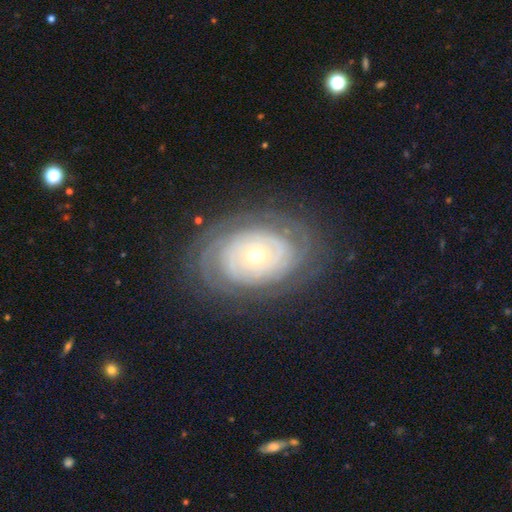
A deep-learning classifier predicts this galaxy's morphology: Q: Smooth or featured?
A: featured or disk (82%); runner-up: smooth (12%)
Q: Edge-on disk?
A: no (95%); runner-up: yes (5%)
Q: Bar?
A: no (84%); runner-up: weak (11%)
Q: Spiral arms?
A: yes (88%); runner-up: no (12%)
Q: Spiral winding?
A: tight (84%); runner-up: medium (12%)
Q: Spiral arm count?
A: can't tell (46%); runner-up: 2 (14%)
Q: Bulge size?
A: small (60%); runner-up: moderate (36%)
Q: Merging?
A: none (79%); runner-up: minor disturbance (14%)